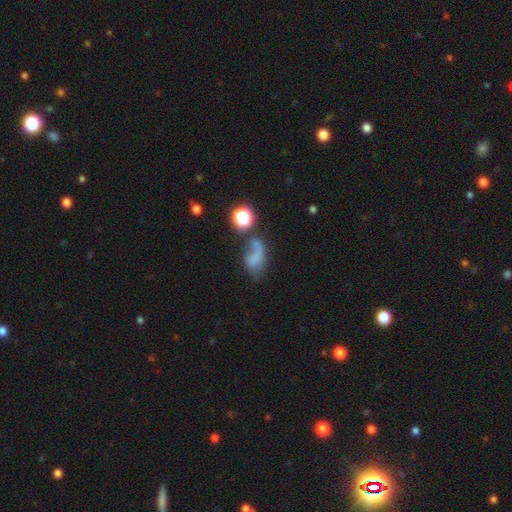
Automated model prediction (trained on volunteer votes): This appears to be a smooth galaxy with no disk features (53%) that is in between round and cigar-shaped (75%). Merging: major disturbance (30%, tied with none).